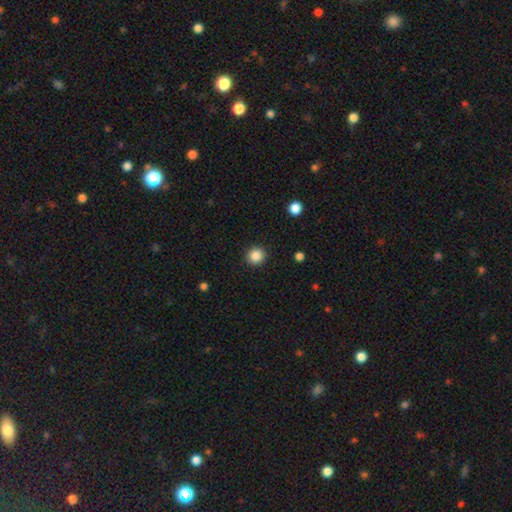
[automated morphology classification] Overall: smooth (86%). How rounded: round (91%). Merging: none (91%).